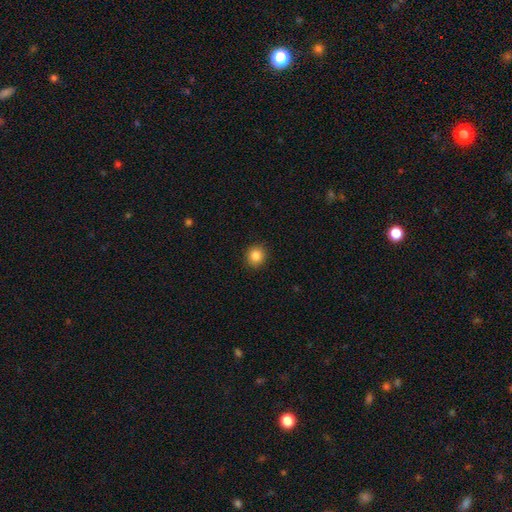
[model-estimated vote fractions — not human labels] A smooth galaxy with no disk features (85%) that is round (89%).

Vote fractions:
- Smooth or featured? smooth: 85% / star or artifact: 10% / featured or disk: 5%
- How rounded? round: 89% / in between: 11% / cigar-shaped: 1%
- Merging? none: 92% / minor disturbance: 5% / major disturbance: 2% / merger: 1%